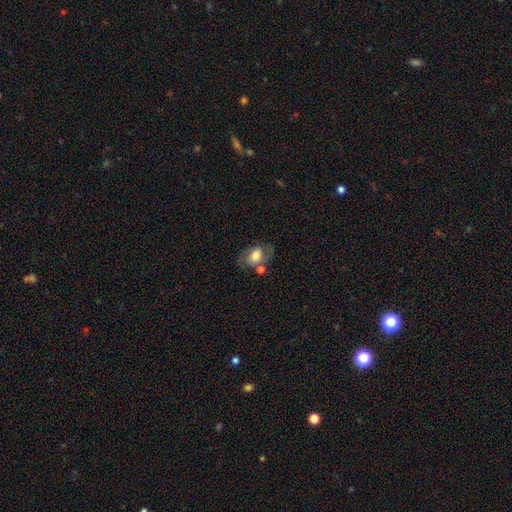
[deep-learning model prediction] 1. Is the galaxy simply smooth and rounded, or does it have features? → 56% smooth, 36% featured or disk, 8% star or artifact.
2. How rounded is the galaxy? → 74% in between, 25% round, 1% cigar-shaped.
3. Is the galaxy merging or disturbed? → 55% none, 19% minor disturbance, 16% merger, 9% major disturbance.